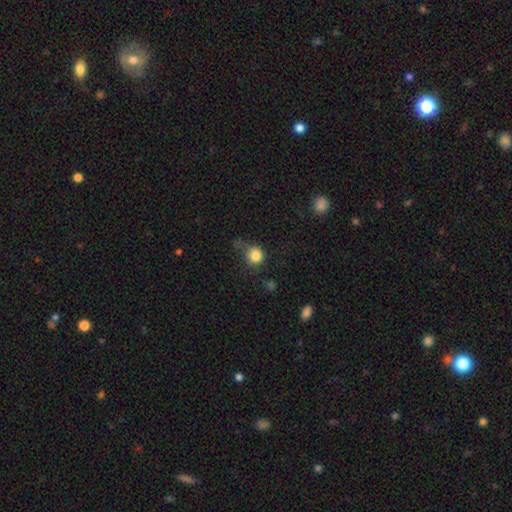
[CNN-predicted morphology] type=smooth (83%); roundness=round (88%); merging=none (58%).